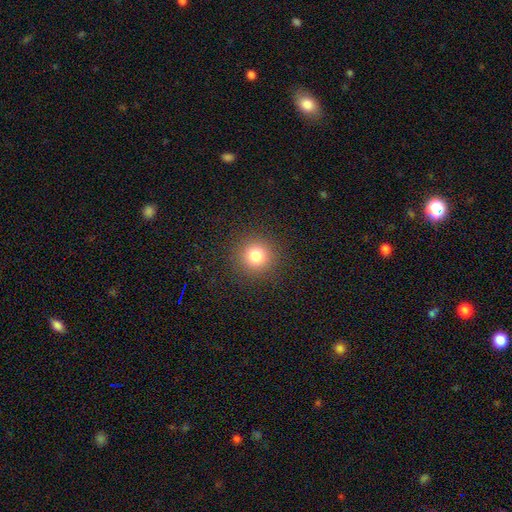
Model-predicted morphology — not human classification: This is likely a smooth galaxy (79%). How rounded: clearly round (95%). Merging: clearly none (91%).